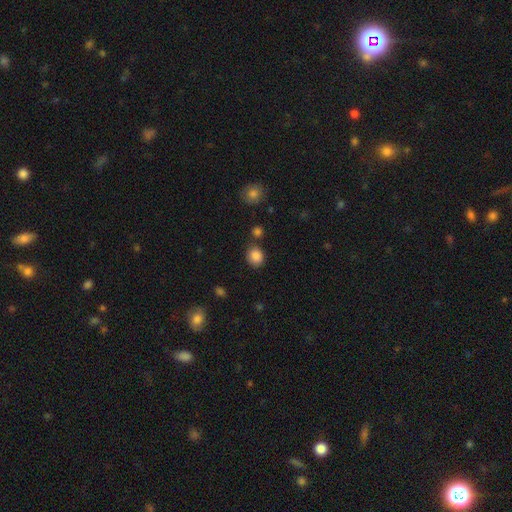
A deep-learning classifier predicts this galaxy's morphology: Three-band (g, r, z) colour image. It shows a smooth galaxy with no disk features (87%) that is round (67%). Merging: none (78%).